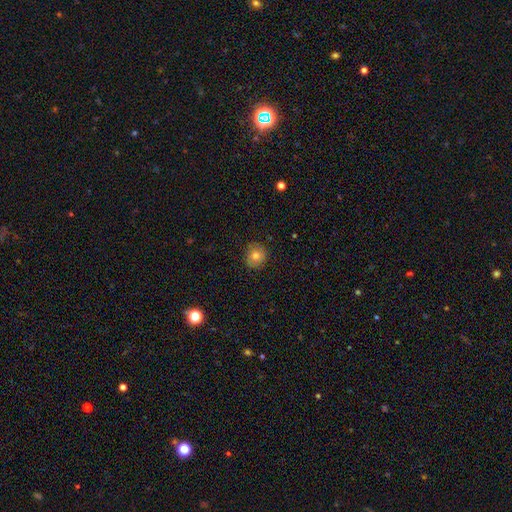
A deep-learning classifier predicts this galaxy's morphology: Smooth or featured?
  - smooth: 74% *
  - featured or disk: 15%
  - star or artifact: 10%
How rounded?
  - round: 82% *
  - in between: 17%
  - cigar-shaped: 1%
Merging?
  - none: 83% *
  - minor disturbance: 14%
  - major disturbance: 3%
  - merger: 1%